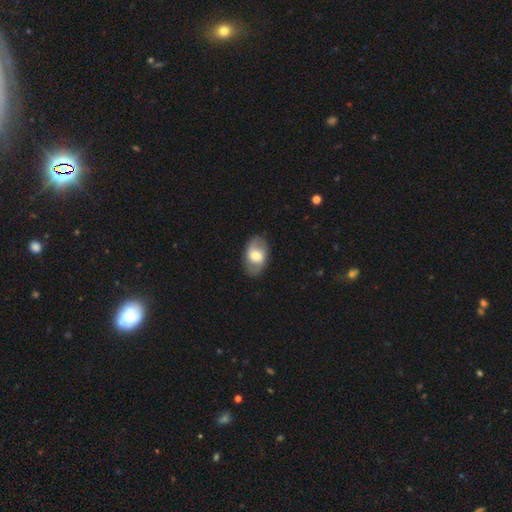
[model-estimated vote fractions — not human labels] A smooth galaxy with no disk features (49%). Merging: none (83%).